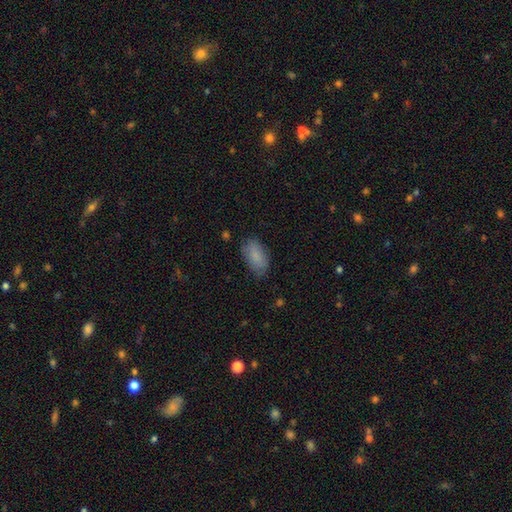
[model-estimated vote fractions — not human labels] Smooth or featured? smooth (84%)
How rounded? in between (93%)
Merging? none (78%)